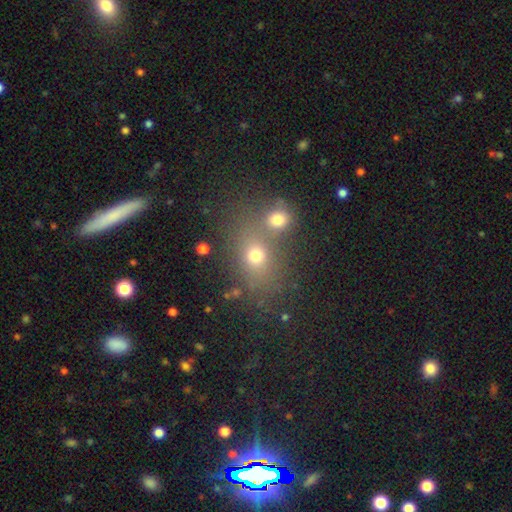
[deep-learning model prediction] Smooth or featured? Predicted: smooth (p=0.69). How rounded? Predicted: round (p=0.52). Merging? Predicted: none (p=0.44).